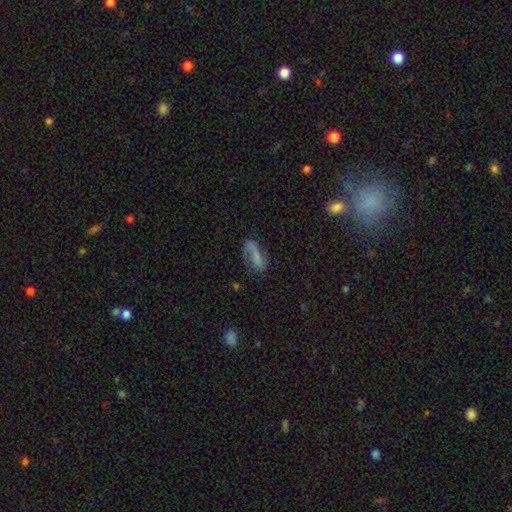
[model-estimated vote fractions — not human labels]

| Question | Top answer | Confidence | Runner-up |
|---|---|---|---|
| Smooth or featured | smooth | 57% | featured or disk (31%) |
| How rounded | in between | 71% | cigar-shaped (25%) |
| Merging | none | 51% | minor disturbance (25%) |